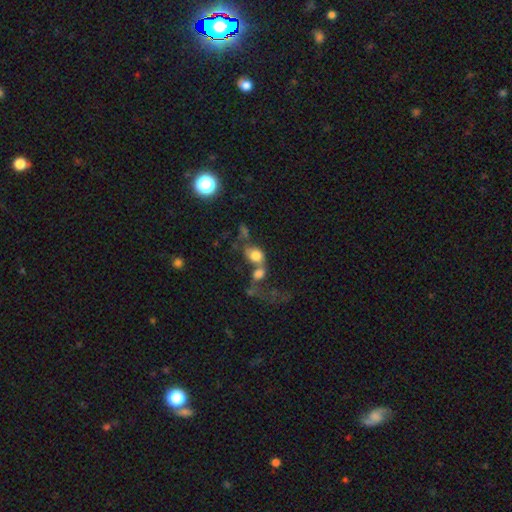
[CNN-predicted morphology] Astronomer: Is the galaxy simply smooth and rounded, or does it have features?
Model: smooth — 72%.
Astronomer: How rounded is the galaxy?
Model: in between — 53% (runner-up: round, 45%).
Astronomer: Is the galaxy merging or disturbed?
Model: merger — 62%.